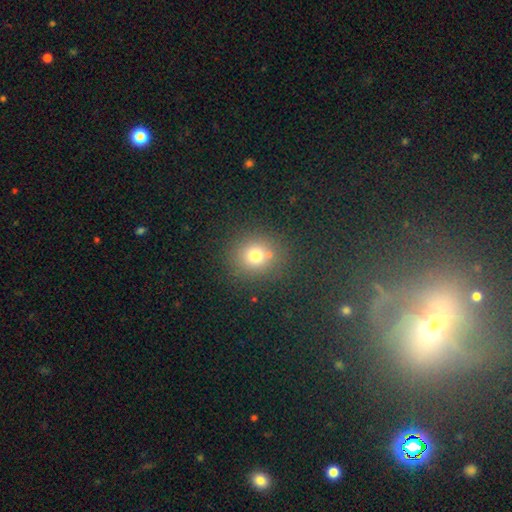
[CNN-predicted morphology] Q: Smooth or featured?
A: smooth (73%); runner-up: star or artifact (18%)
Q: How rounded?
A: round (82%); runner-up: in between (17%)
Q: Merging?
A: none (77%); runner-up: minor disturbance (10%)